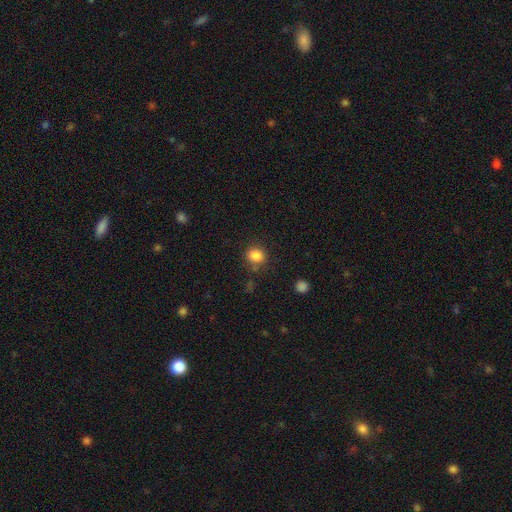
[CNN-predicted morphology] smooth_or_featured: smooth (p=0.85) [alt: star or artifact p=0.11]
how_rounded: round (p=0.76) [alt: in between p=0.23]
merging: none (p=0.79) [alt: minor disturbance p=0.13]